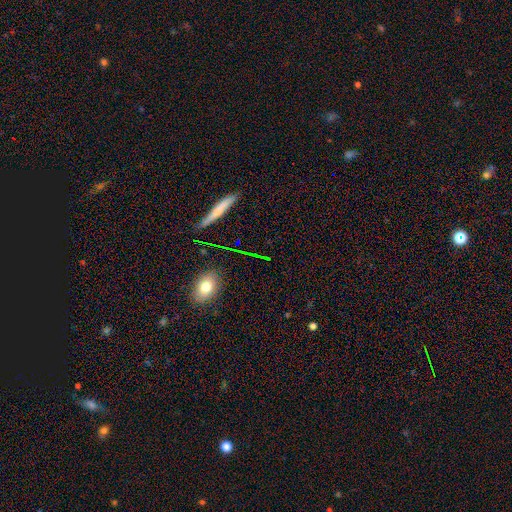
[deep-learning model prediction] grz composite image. It shows a smooth galaxy with no disk features (46%). Merging: none (85%).